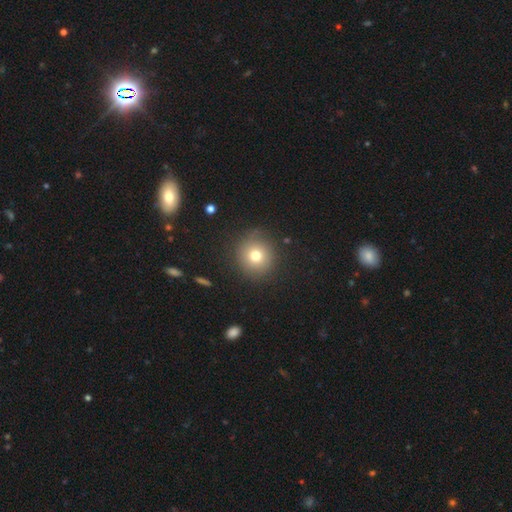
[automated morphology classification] type=smooth (75%); roundness=round (93%); merging=none (86%).